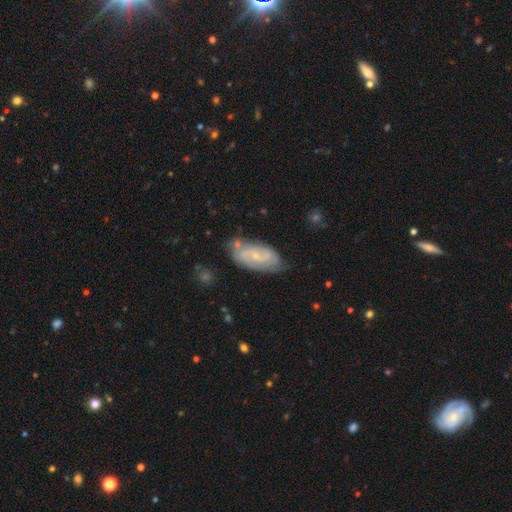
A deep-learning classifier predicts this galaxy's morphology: Smooth or featured? featured or disk (71%)
Edge-on disk? no (94%)
Bar? weak (46%)
Spiral arms? yes (88%)
Spiral winding? medium (43%)
Spiral arm count? 2 (67%)
Bulge size? small (73%)
Merging? none (65%)